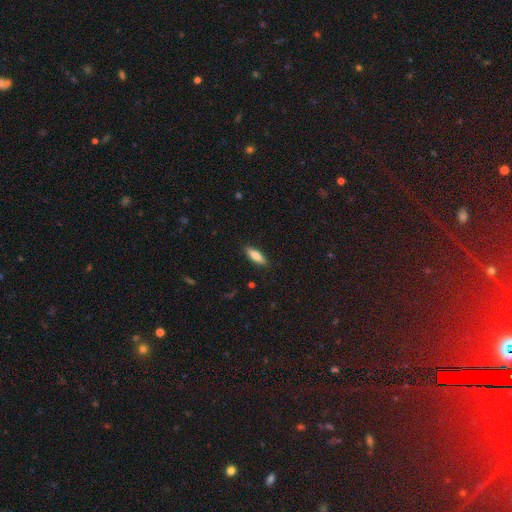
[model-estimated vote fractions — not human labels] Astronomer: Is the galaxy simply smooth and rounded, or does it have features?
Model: smooth — 77%.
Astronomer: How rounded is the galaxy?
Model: in between — 49%, tied with cigar-shaped at 49%.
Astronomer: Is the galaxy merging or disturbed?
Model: none — 88%.